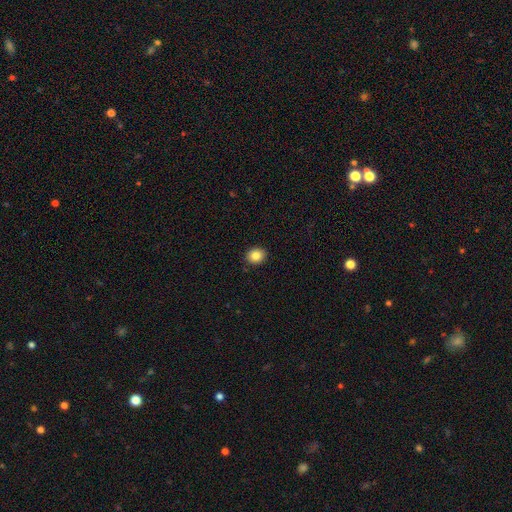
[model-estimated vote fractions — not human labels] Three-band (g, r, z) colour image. It shows a smooth galaxy with no disk features (85%) that is round (63%). Merging: none (91%).